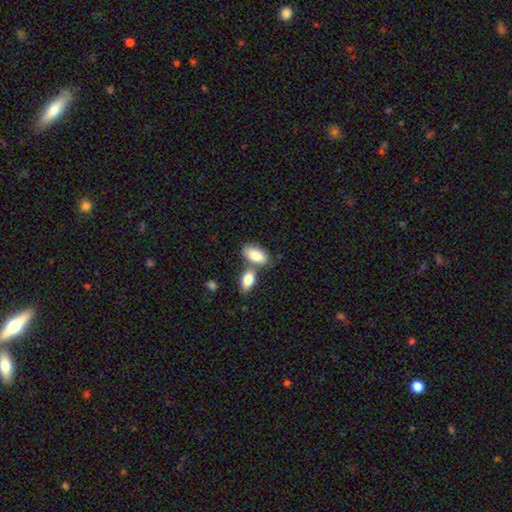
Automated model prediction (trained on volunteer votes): A smooth galaxy with no disk features (85%) that is in between round and cigar-shaped (92%). Merging: none (46%).